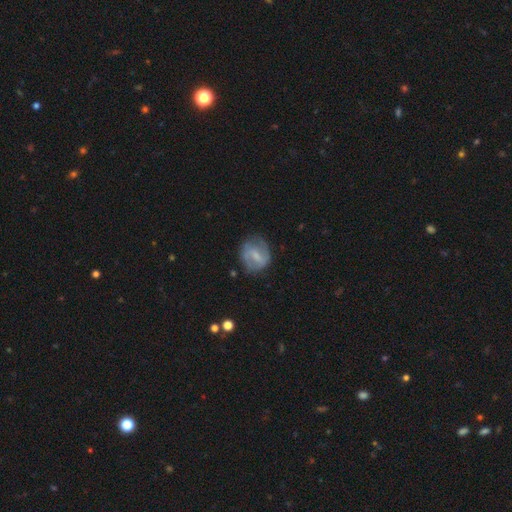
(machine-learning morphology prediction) This appears to be a featured or disk galaxy (69%) with a weak bar (51%), 2 (81%) medium (45%) spiral arms (86%) and a small central bulge (48%). Merging: none (71%).